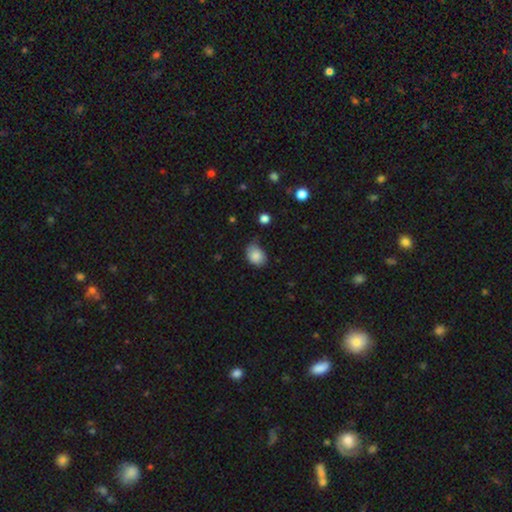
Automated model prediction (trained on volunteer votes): A smooth galaxy with no disk features (84%) that is in between round and cigar-shaped (65%).

Vote fractions:
- Smooth or featured? smooth: 84% / star or artifact: 9% / featured or disk: 7%
- How rounded? in between: 65% / round: 34% / cigar-shaped: 1%
- Merging? none: 57% / minor disturbance: 34% / major disturbance: 6% / merger: 2%